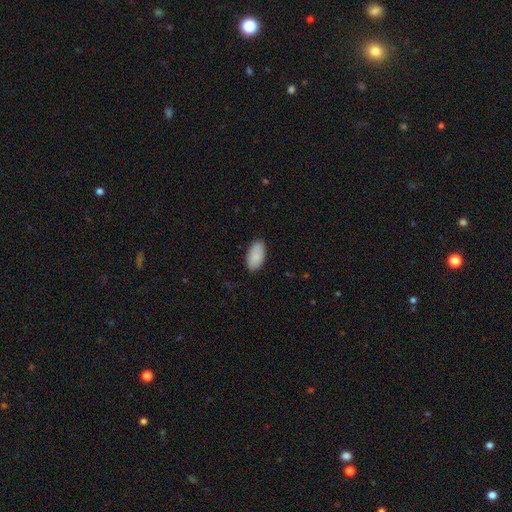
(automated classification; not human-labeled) A smooth galaxy with no disk features (88%) that is in between round and cigar-shaped (95%).

Vote fractions:
- Smooth or featured? smooth: 88% / star or artifact: 6% / featured or disk: 6%
- How rounded? in between: 95% / round: 3% / cigar-shaped: 2%
- Merging? none: 84% / minor disturbance: 13% / major disturbance: 2% / merger: 1%